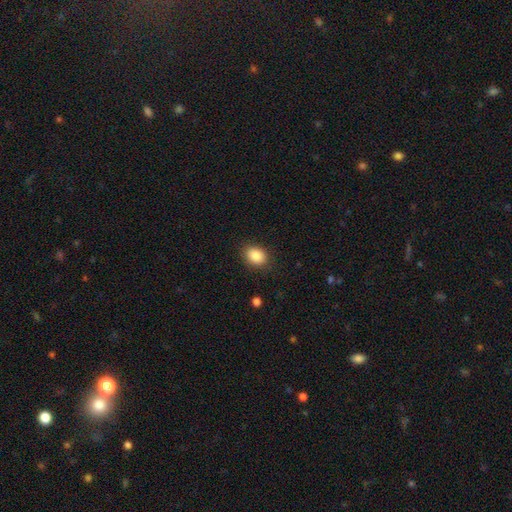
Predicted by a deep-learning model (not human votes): This appears to be a smooth galaxy with no disk features (88%) that is in between round and cigar-shaped (65%). Merging: none (86%).